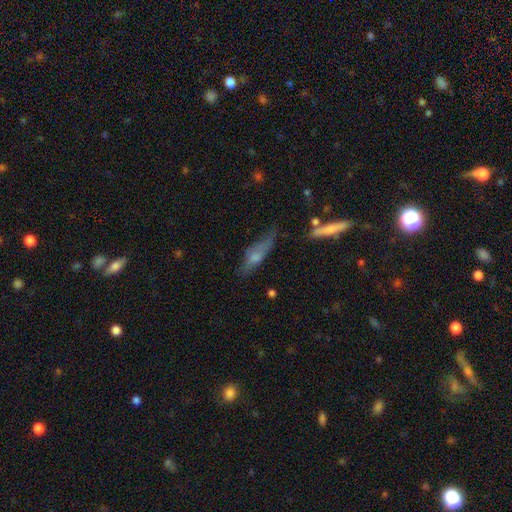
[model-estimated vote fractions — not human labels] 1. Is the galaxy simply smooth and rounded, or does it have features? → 55% smooth, 36% featured or disk, 9% star or artifact.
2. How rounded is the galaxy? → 55% cigar-shaped, 42% in between, 3% round.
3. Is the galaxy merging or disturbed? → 45% none, 33% minor disturbance, 18% major disturbance, 4% merger.